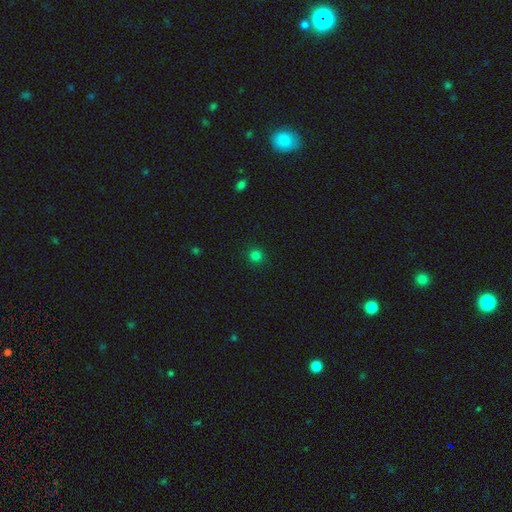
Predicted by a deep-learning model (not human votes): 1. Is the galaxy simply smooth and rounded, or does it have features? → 80% smooth, 16% star or artifact, 3% featured or disk.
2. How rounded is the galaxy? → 94% round, 5% in between, 1% cigar-shaped.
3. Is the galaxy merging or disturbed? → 92% none, 5% minor disturbance, 2% major disturbance, 1% merger.